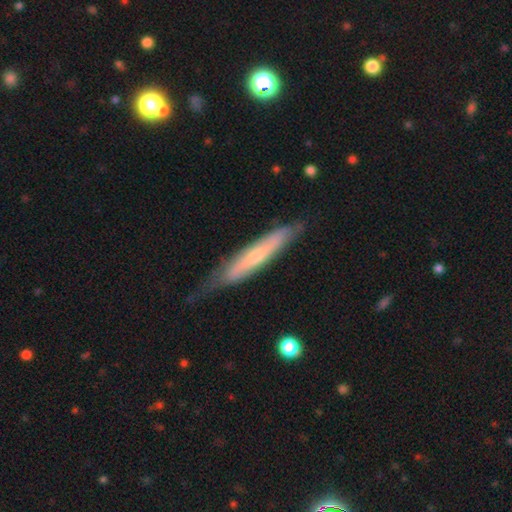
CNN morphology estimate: The model was most divided on "smooth or featured": featured or disk: 49%, smooth: 45%, star or artifact: 6%. More confident: merging — none (62%).